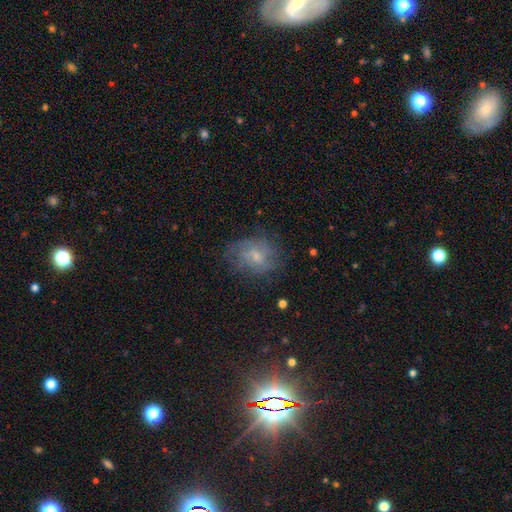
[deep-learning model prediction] Smooth or featured: smooth — 46% (featured or disk — 43%)
Merging: none — 63% (minor disturbance — 23%)